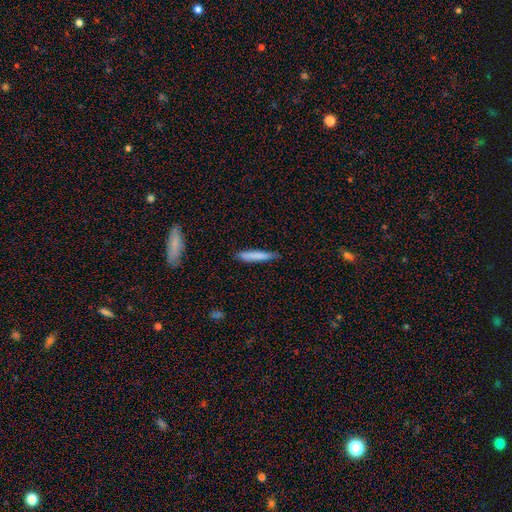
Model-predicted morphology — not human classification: A smooth galaxy with no disk features (78%) that is cigar-shaped (92%).

Vote fractions:
- Smooth or featured? smooth: 78% / featured or disk: 15% / star or artifact: 6%
- How rounded? cigar-shaped: 92% / in between: 7% / round: 1%
- Merging? none: 76% / minor disturbance: 19% / major disturbance: 3% / merger: 2%